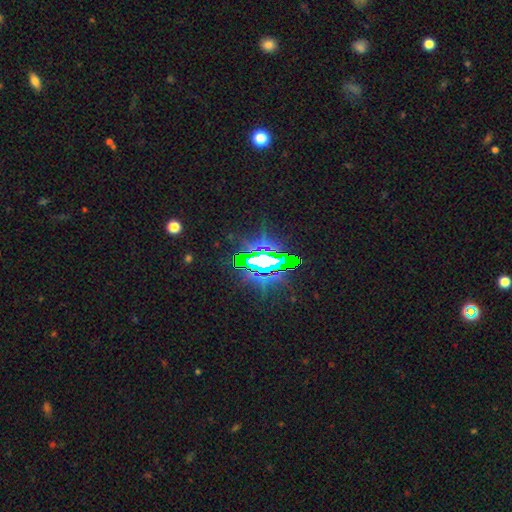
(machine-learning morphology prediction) Overall: star or artifact (79%).